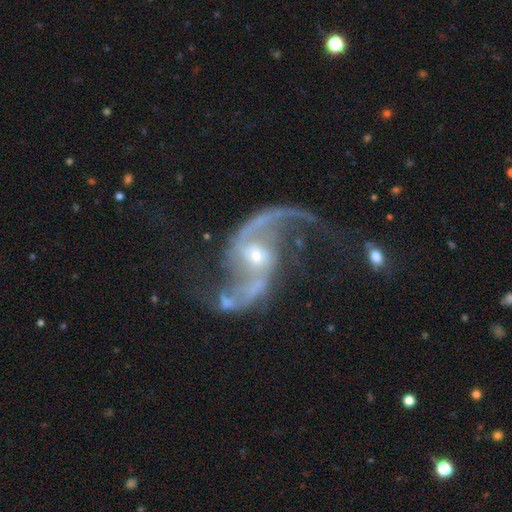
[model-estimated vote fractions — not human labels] The model was most divided on "bar" (2-way tie): weak: 39%, no: 39%, strong: 21%. More confident: spiral arms — yes (98%); edge-on disk — no (98%); spiral arm count — 2 (94%); smooth or featured — featured or disk (92%); spiral winding — loose (69%); merging — none (63%); bulge size — small (54%).